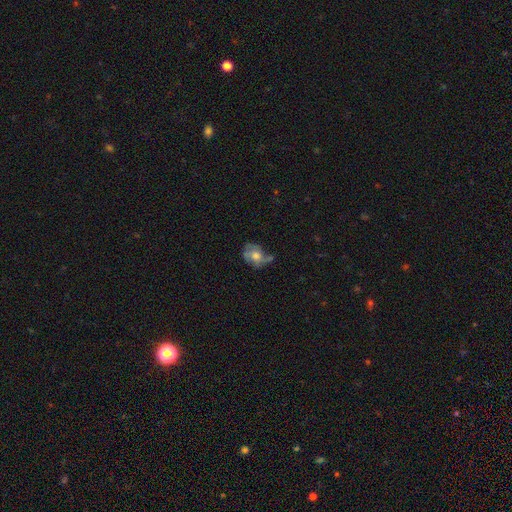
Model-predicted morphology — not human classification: Overall: smooth (46%; featured or disk 45%). Merging: none (38%; minor disturbance 29%).